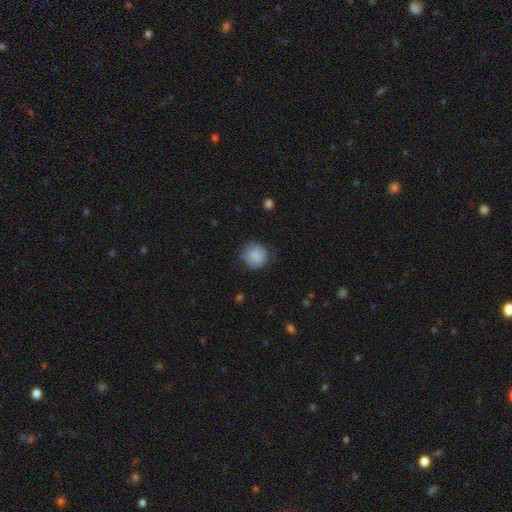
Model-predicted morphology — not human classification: This appears to be a smooth galaxy with no disk features (84%) that is round (89%). Merging: none (67%).